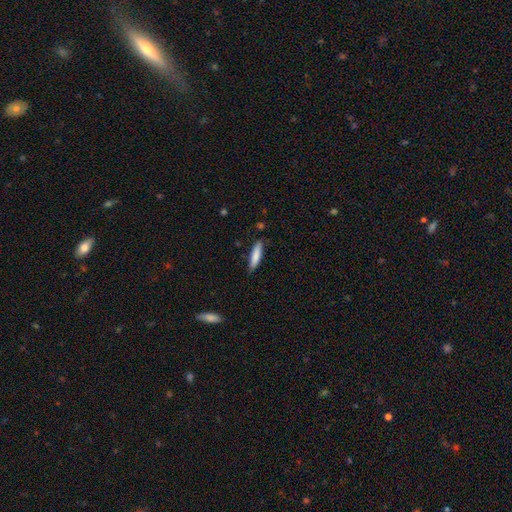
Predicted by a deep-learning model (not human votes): The model was most divided on "how rounded": cigar-shaped: 77%, in between: 22%, round: 1%. More confident: merging — none (82%); smooth or featured — smooth (81%).